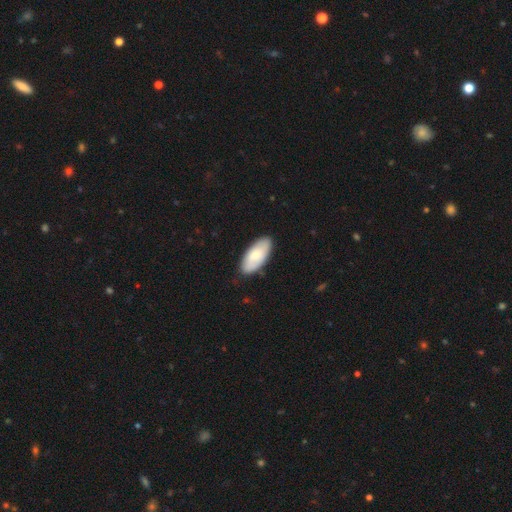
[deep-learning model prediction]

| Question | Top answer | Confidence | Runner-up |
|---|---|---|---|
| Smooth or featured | smooth | 74% | featured or disk (21%) |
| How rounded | in between | 90% | cigar-shaped (8%) |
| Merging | none | 83% | minor disturbance (13%) |